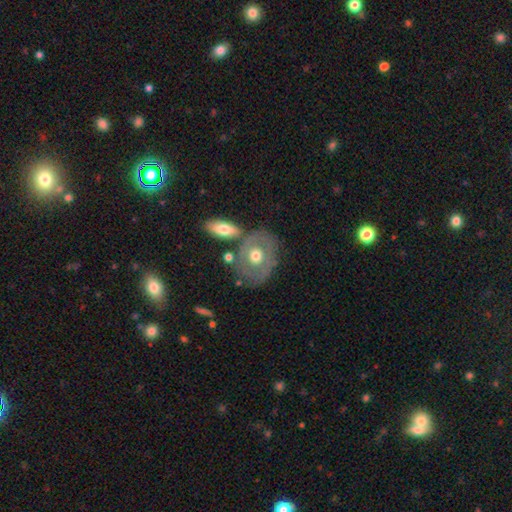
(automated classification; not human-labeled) smooth-or-featured: featured or disk: 55% | smooth: 39% | star or artifact: 6%
  disk-edge-on: no: 92% | yes: 8%
    bar: no: 88% | weak: 9% | strong: 3%
    has-spiral-arms: no: 77% | yes: 23%
    bulge-size: moderate: 74% | large: 14% | small: 9% | dominant: 1% | none: 1%
  merging: none: 65% | minor disturbance: 16% | merger: 12% | major disturbance: 7%